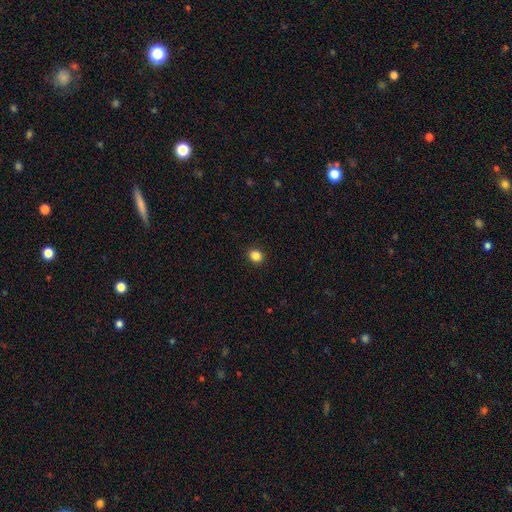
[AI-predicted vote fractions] Morphology: type=smooth (86%); roundness=round (72%); merging=none (92%).